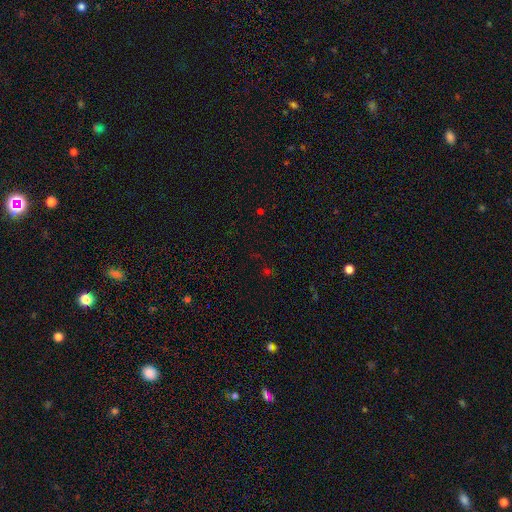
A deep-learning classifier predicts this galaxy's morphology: This appears to be a star or artifact, not a galaxy (65%).